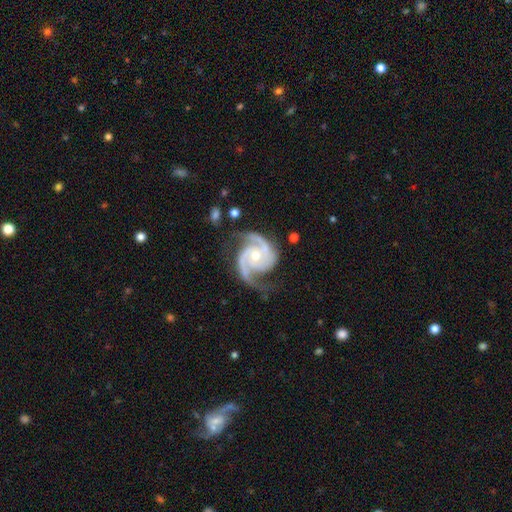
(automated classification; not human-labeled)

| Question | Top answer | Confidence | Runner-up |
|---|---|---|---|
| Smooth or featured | featured or disk | 94% | star or artifact (4%) |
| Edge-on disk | no | 98% | yes (2%) |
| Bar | no | 68% | weak (24%) |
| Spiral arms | yes | 99% | no (1%) |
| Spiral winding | medium | 52% | tight (40%) |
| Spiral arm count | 2 | 63% | 3 (28%) |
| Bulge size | moderate | 59% | small (37%) |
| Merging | none | 66% | minor disturbance (21%) |